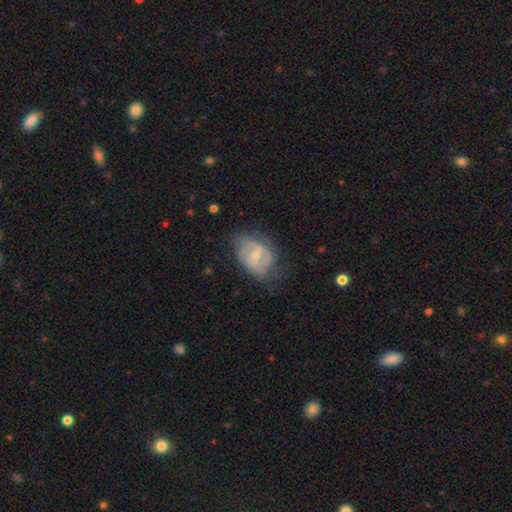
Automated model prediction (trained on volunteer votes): smooth-or-featured: featured or disk: 59% | smooth: 34% | star or artifact: 7%
  disk-edge-on: no: 95% | yes: 5%
    bar: weak: 47% | no: 35% | strong: 18%
    has-spiral-arms: yes: 55% | no: 45%
    bulge-size: small: 54% | moderate: 42% | none: 2% | large: 2% | dominant: 1%
  merging: none: 55% | minor disturbance: 30% | major disturbance: 13% | merger: 2%